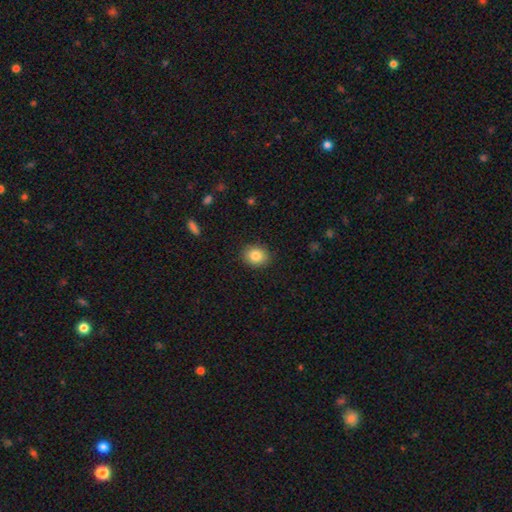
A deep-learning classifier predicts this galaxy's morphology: The model was most divided on "how rounded": round: 66%, in between: 33%, cigar-shaped: 1%. More confident: merging — none (89%); smooth or featured — smooth (84%).